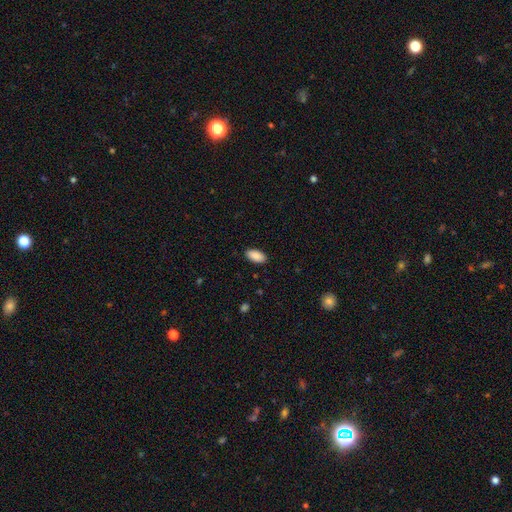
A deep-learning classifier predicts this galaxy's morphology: The model was most divided on "merging": none: 89%, minor disturbance: 8%, major disturbance: 2%, merger: 1%. More confident: how rounded — in between (94%); smooth or featured — smooth (88%).